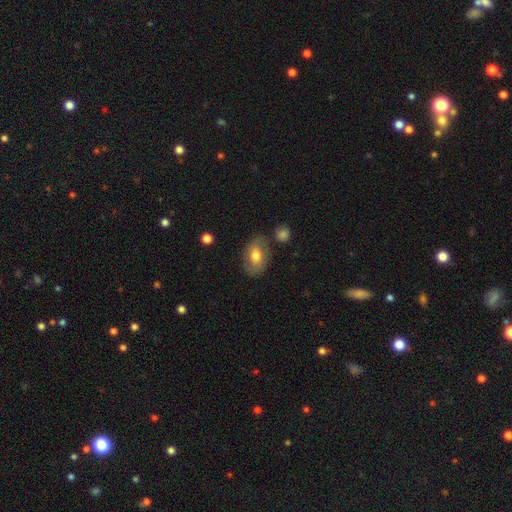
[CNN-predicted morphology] This is possibly a smooth galaxy (56%). How rounded: clearly in between (82%). Merging: likely none (74%).